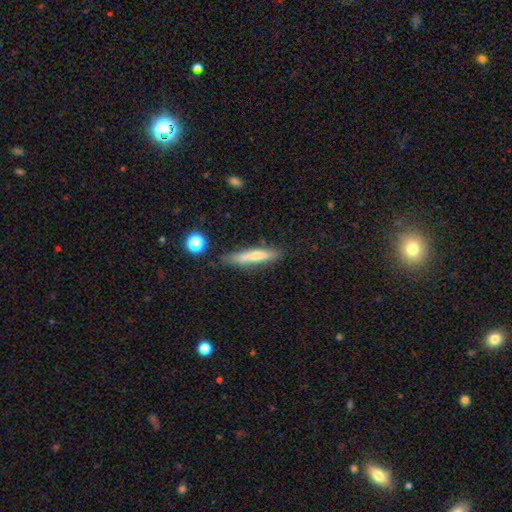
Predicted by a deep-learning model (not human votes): This appears to be a smooth galaxy with no disk features (59%) that is cigar-shaped (88%). Merging: none (75%).